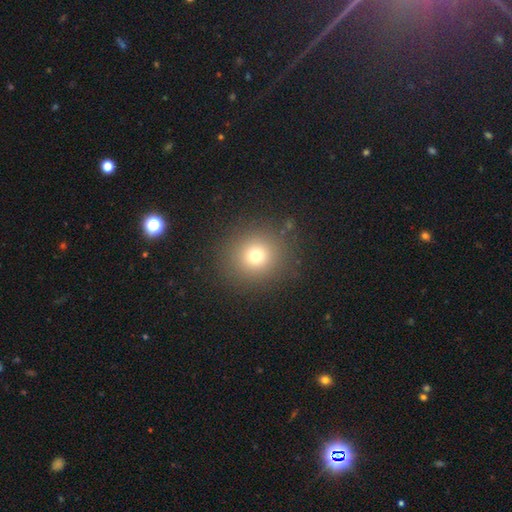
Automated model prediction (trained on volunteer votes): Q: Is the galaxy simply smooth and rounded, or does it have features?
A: smooth — 73%.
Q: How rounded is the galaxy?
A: round — 91%.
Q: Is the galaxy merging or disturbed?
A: none — 88%.